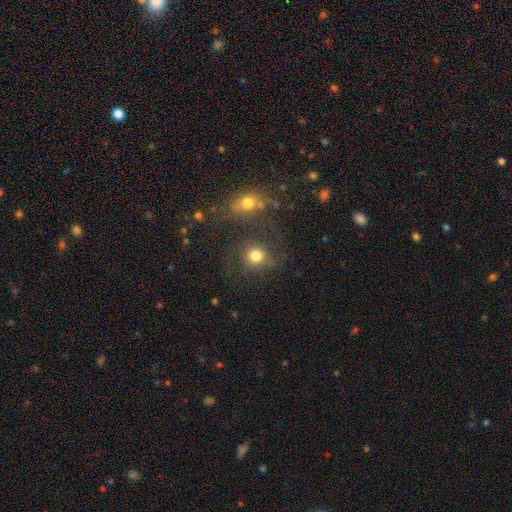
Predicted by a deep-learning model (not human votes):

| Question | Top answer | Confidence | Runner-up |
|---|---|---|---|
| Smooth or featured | smooth | 70% | star or artifact (15%) |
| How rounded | round | 85% | in between (13%) |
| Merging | none | 58% | merger (18%) |